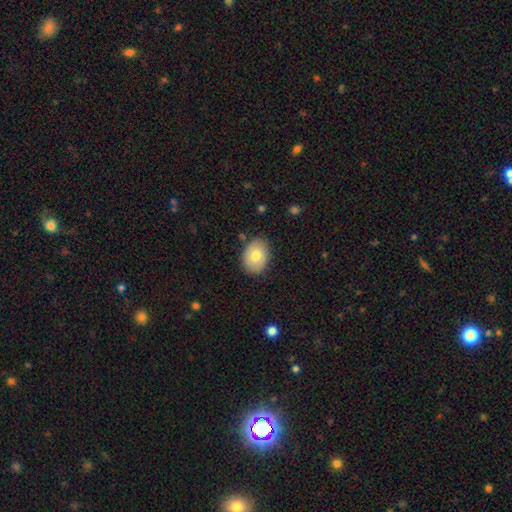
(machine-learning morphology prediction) Smooth or featured?
  - smooth: 73% *
  - featured or disk: 20%
  - star or artifact: 7%
How rounded?
  - in between: 71% *
  - round: 28%
  - cigar-shaped: 1%
Merging?
  - none: 81% *
  - minor disturbance: 14%
  - major disturbance: 3%
  - merger: 2%